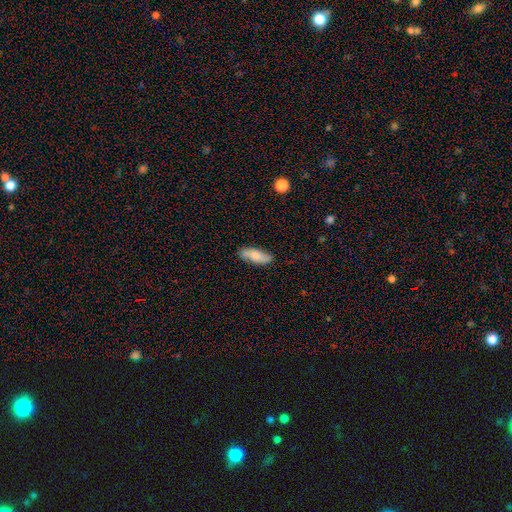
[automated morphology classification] type=smooth (72%); roundness=in between (68%); merging=none (82%).